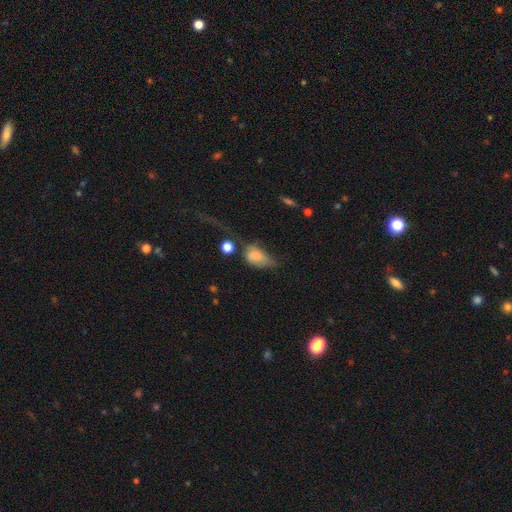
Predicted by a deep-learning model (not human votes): Smooth or featured? smooth (73%)
How rounded? in between (79%)
Merging? major disturbance (43%)